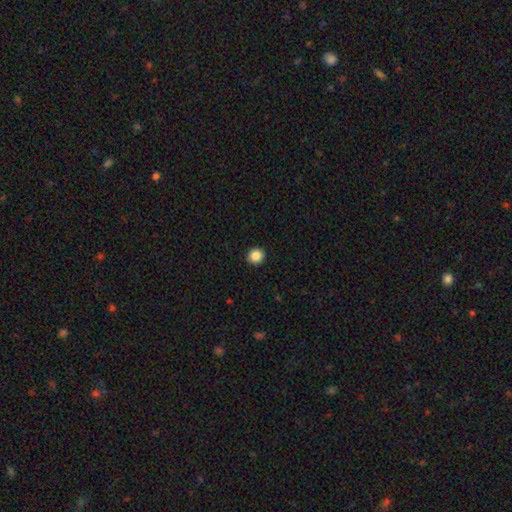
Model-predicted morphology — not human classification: This is clearly a smooth galaxy (87%). How rounded: clearly round (94%). Merging: clearly none (93%).